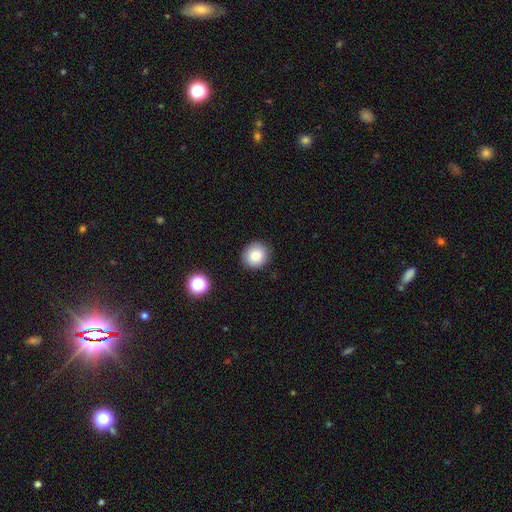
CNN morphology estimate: A smooth galaxy with no disk features (84%) that is round (88%).

Vote fractions:
- Smooth or featured? smooth: 84% / star or artifact: 10% / featured or disk: 6%
- How rounded? round: 88% / in between: 11% / cigar-shaped: 1%
- Merging? none: 90% / minor disturbance: 7% / major disturbance: 2% / merger: 1%